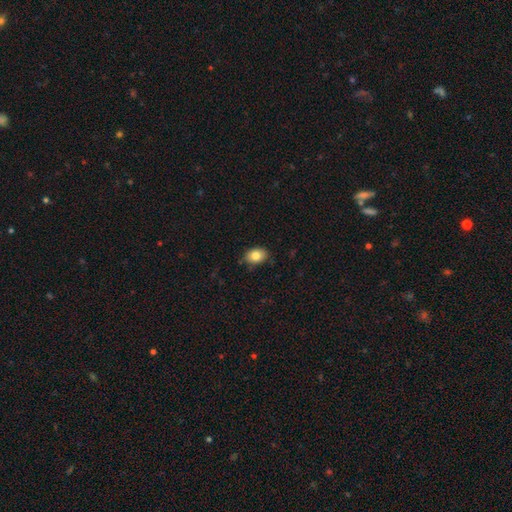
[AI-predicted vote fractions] Smooth or featured: smooth — 82% (star or artifact — 9%)
How rounded: in between — 76% (round — 23%)
Merging: none — 82% (minor disturbance — 15%)